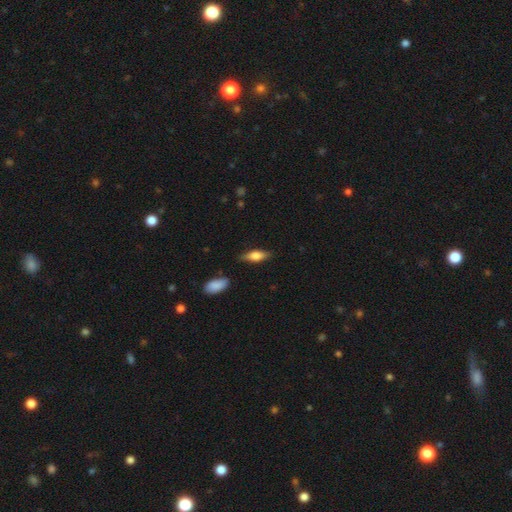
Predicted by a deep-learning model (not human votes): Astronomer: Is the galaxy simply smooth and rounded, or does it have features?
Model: smooth — 62%.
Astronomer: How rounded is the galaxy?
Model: in between — 61% (runner-up: cigar-shaped, 36%).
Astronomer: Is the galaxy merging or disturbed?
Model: none — 82%.